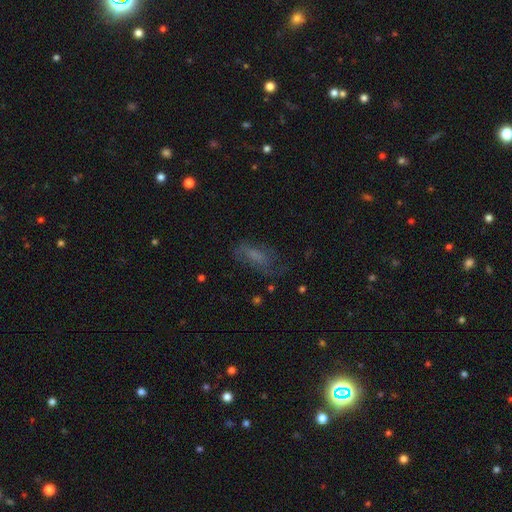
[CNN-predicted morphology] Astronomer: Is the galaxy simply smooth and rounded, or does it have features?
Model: smooth — 48% (runner-up: featured or disk, 35%).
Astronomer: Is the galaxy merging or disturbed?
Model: none — 55%.